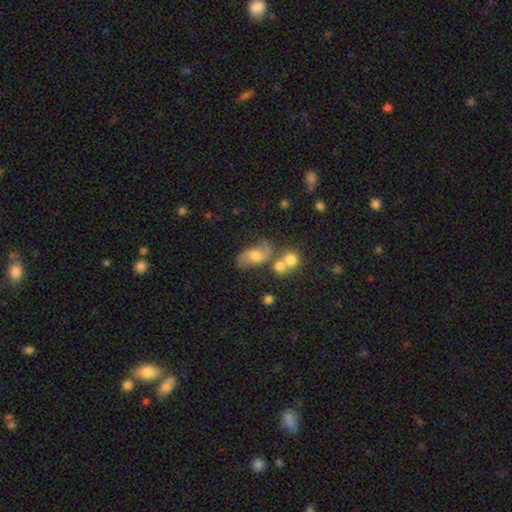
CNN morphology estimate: type=featured or disk (48%); merging=none (49%).